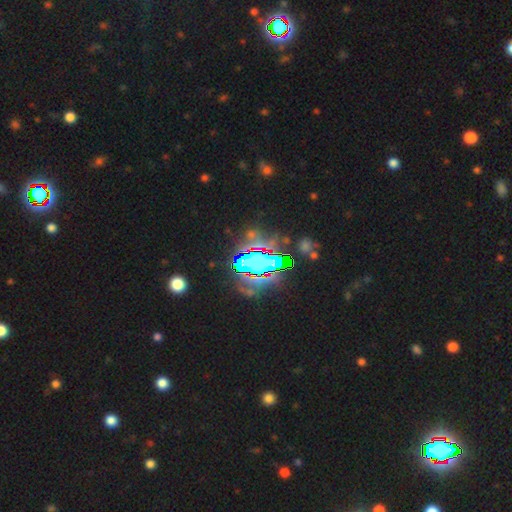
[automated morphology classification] Smooth or featured? Predicted: star or artifact (p=0.83).